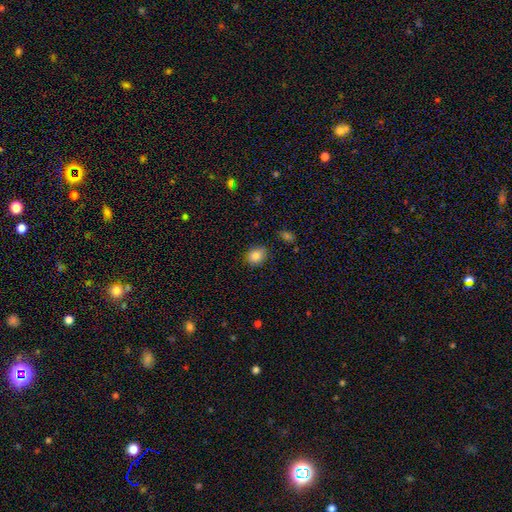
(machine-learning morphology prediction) Q: Smooth or featured?
A: smooth (84%); runner-up: star or artifact (10%)
Q: How rounded?
A: round (61%); runner-up: in between (38%)
Q: Merging?
A: none (78%); runner-up: minor disturbance (17%)